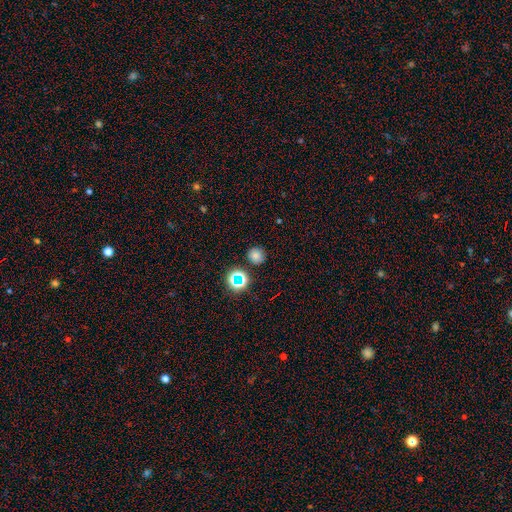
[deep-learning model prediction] A smooth galaxy with no disk features (73%) that is round (92%).

Vote fractions:
- Smooth or featured? smooth: 73% / star or artifact: 21% / featured or disk: 6%
- How rounded? round: 92% / in between: 7% / cigar-shaped: 1%
- Merging? none: 85% / minor disturbance: 9% / merger: 4% / major disturbance: 3%